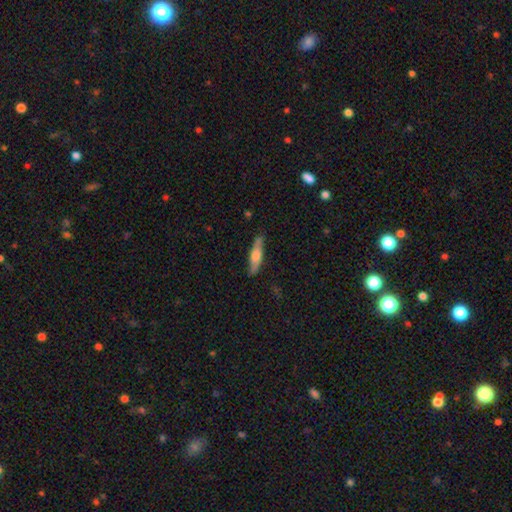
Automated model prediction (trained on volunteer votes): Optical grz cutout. It shows a smooth galaxy with no disk features (52%) that is cigar-shaped (82%). Merging: none (83%).